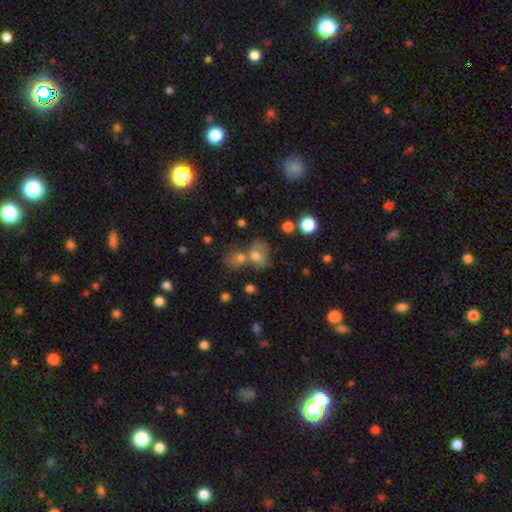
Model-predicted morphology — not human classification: smooth-or-featured: smooth: 62% | featured or disk: 23% | star or artifact: 14%
  how-rounded: in between: 55% | round: 44% | cigar-shaped: 2%
  merging: merger: 47% | none: 30% | minor disturbance: 13% | major disturbance: 10%